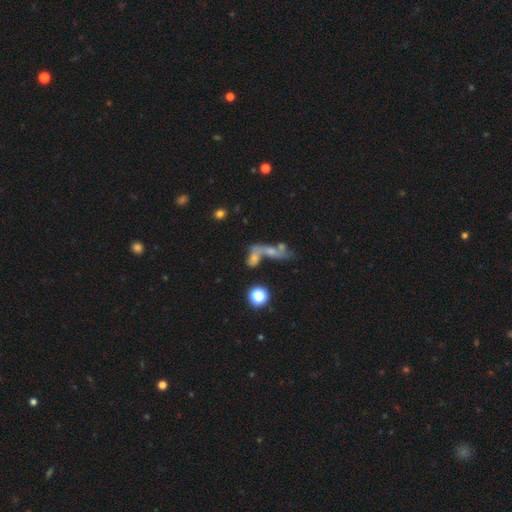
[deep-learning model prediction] Smooth or featured: smooth — 51% (featured or disk — 31%)
How rounded: in between — 60% (round — 20%)
Merging: merger — 65% (none — 17%)